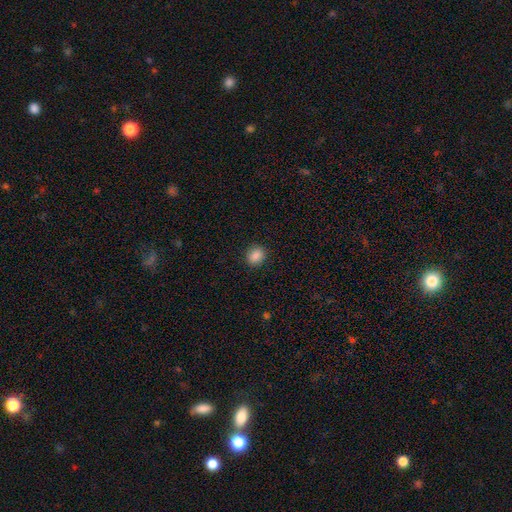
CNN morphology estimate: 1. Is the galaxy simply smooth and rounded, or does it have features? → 87% smooth, 9% star or artifact, 3% featured or disk.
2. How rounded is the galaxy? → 64% round, 35% in between, 1% cigar-shaped.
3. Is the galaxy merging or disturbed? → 90% none, 7% minor disturbance, 2% major disturbance, 1% merger.